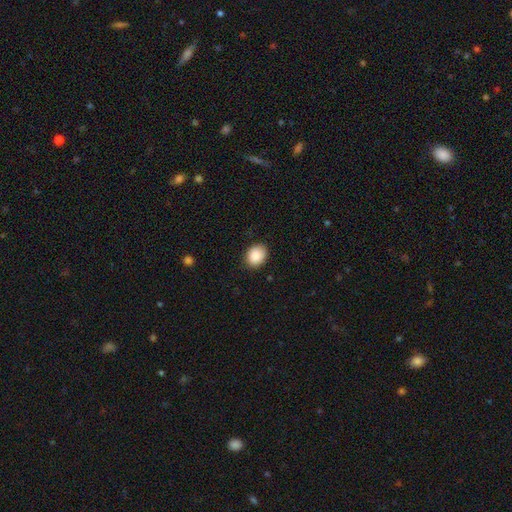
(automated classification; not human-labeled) smooth_or_featured: smooth (p=0.89) [alt: star or artifact p=0.07]
how_rounded: in between (p=0.53) [alt: round p=0.46]
merging: none (p=0.85) [alt: minor disturbance p=0.11]